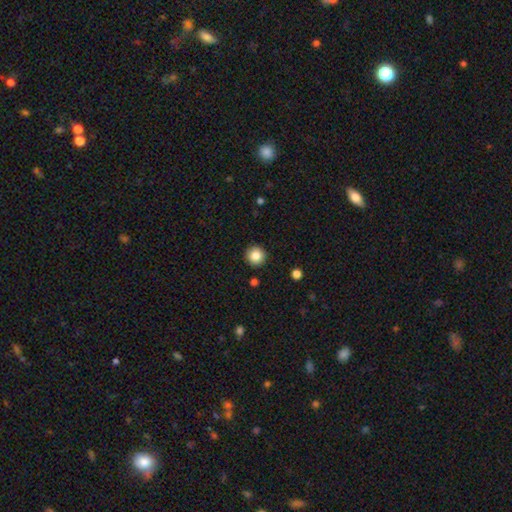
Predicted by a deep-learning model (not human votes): Smooth or featured: smooth — 85% (star or artifact — 10%)
How rounded: round — 96% (in between — 3%)
Merging: none — 92% (minor disturbance — 5%)